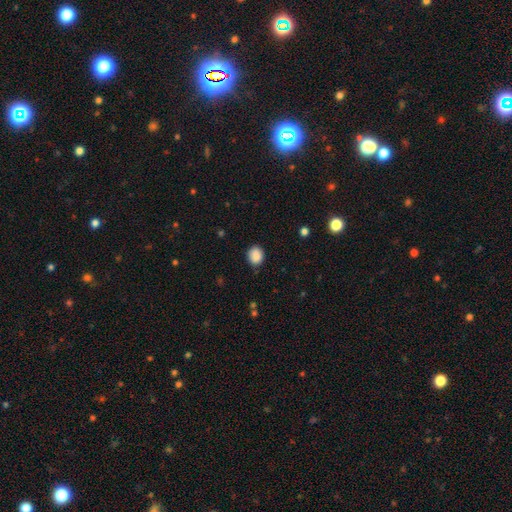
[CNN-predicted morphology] This appears to be a smooth galaxy with no disk features (88%) that is round (66%). Merging: none (84%).